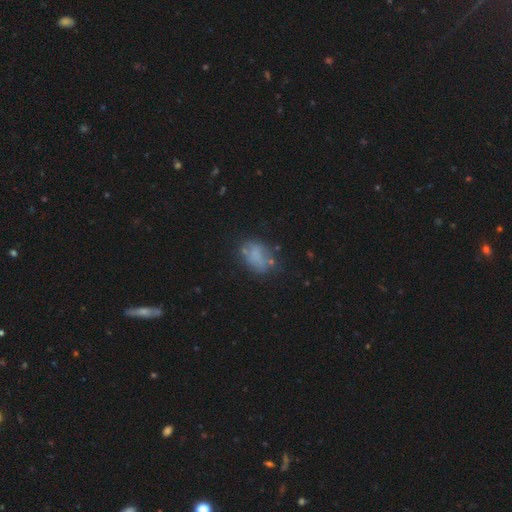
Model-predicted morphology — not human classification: Smooth or featured: smooth — 62% (featured or disk — 27%)
How rounded: in between — 81% (round — 17%)
Merging: none — 52% (minor disturbance — 25%)